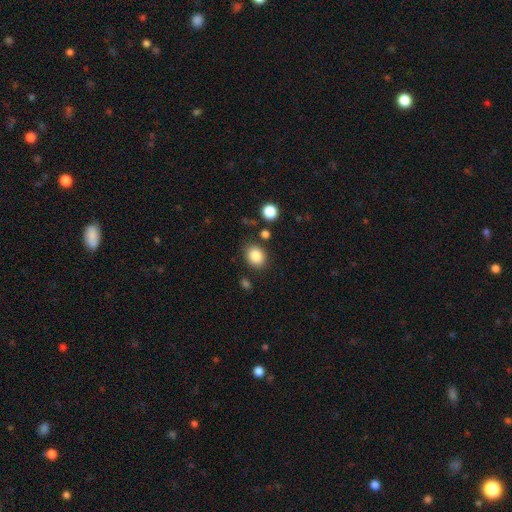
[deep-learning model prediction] Smooth or featured?
  - smooth: 86% *
  - star or artifact: 9%
  - featured or disk: 5%
How rounded?
  - round: 51% *
  - in between: 48%
  - cigar-shaped: 1%
Merging?
  - none: 81% *
  - minor disturbance: 11%
  - merger: 4%
  - major disturbance: 4%